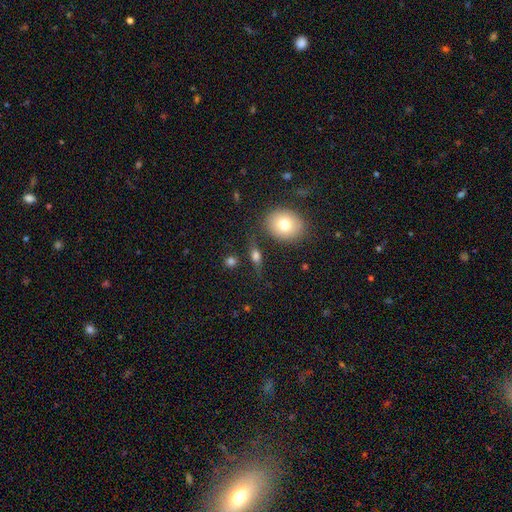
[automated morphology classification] Smooth or featured? Predicted: smooth (p=0.64). How rounded? Predicted: in between (p=0.58). Merging? Predicted: none (p=0.68).